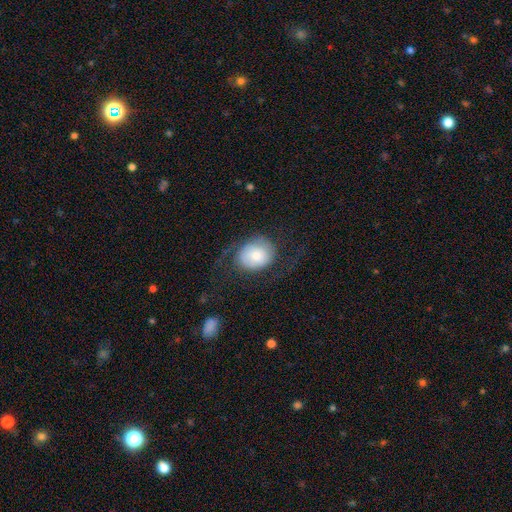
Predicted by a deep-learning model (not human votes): smooth_or_featured: smooth (p=0.57) [alt: featured or disk p=0.36]
how_rounded: round (p=0.56) [alt: in between p=0.43]
merging: none (p=0.54) [alt: major disturbance p=0.25]